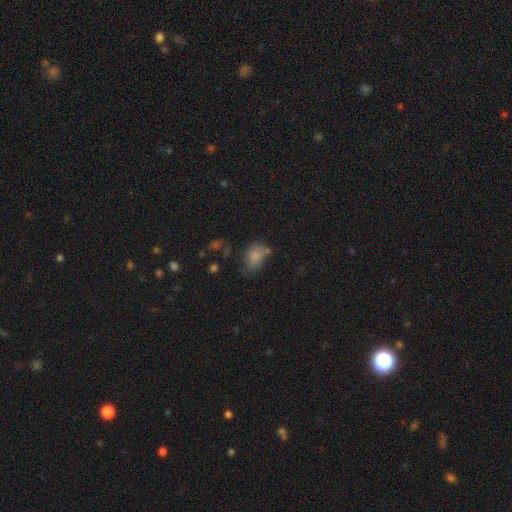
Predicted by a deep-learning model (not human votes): smooth_or_featured: smooth (p=0.75) [alt: star or artifact p=0.12]
how_rounded: in between (p=0.78) [alt: round p=0.20]
merging: none (p=0.37) [alt: minor disturbance p=0.33]